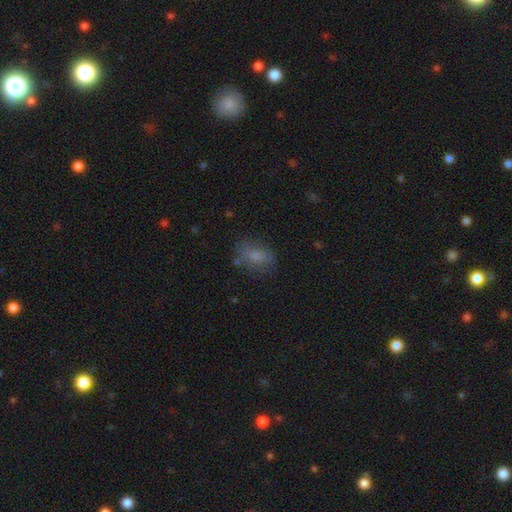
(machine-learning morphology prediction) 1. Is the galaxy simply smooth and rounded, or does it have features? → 76% smooth, 13% featured or disk, 10% star or artifact.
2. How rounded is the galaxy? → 79% in between, 19% round, 2% cigar-shaped.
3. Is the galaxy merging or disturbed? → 67% none, 21% minor disturbance, 9% major disturbance, 3% merger.